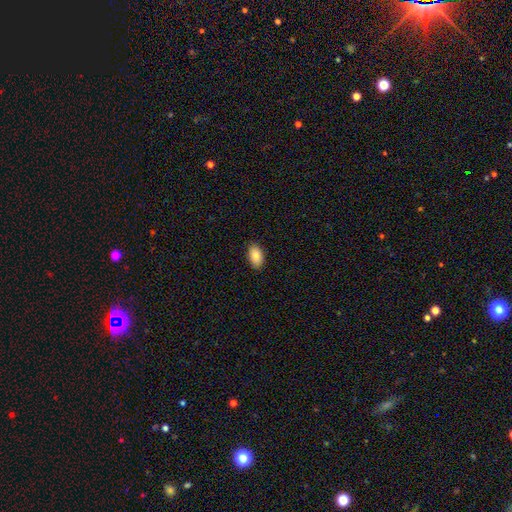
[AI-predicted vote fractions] smooth_or_featured: smooth (p=0.86) [alt: featured or disk p=0.07]
how_rounded: in between (p=0.93) [alt: round p=0.06]
merging: none (p=0.88) [alt: minor disturbance p=0.09]